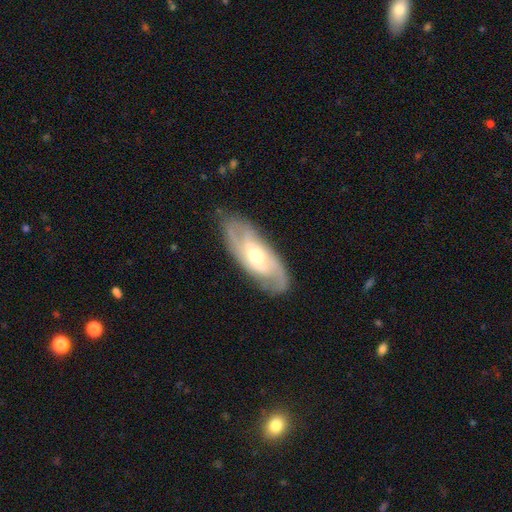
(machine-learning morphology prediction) smooth_or_featured: featured or disk (p=0.81) [alt: smooth p=0.14]
disk_edge_on: no (p=0.90) [alt: yes p=0.10]
bar: no (p=0.56) [alt: weak p=0.32]
has_spiral_arms: yes (p=0.93) [alt: no p=0.07]
spiral_winding: tight (p=0.42) [alt: medium p=0.41]
spiral_arm_count: 2 (p=0.56) [alt: can't tell p=0.20]
bulge_size: moderate (p=0.57) [alt: small p=0.38]
merging: none (p=0.82) [alt: minor disturbance p=0.13]